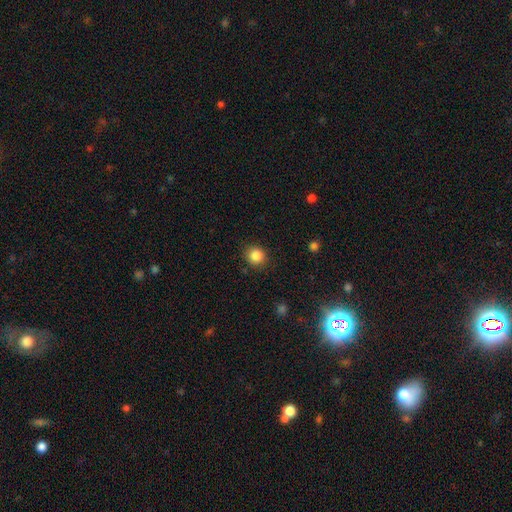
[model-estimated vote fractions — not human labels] Morphology: type=smooth (85%); roundness=round (87%); merging=none (88%).